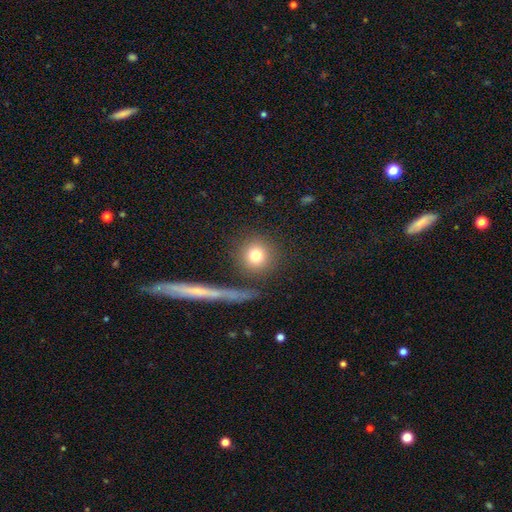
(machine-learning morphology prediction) This is likely a smooth galaxy (79%). How rounded: clearly round (91%). Merging: clearly none (82%).